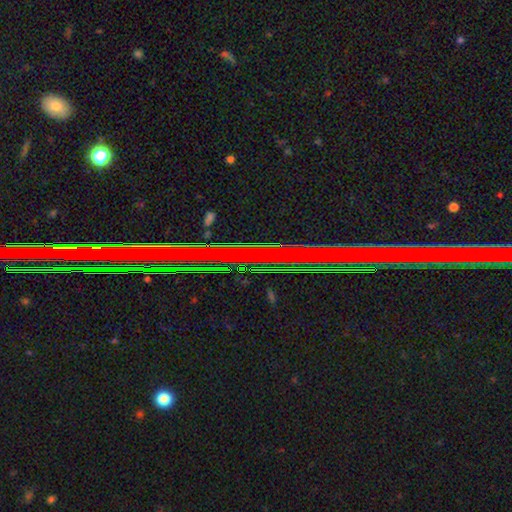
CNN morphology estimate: Smooth or featured? star or artifact (78%)